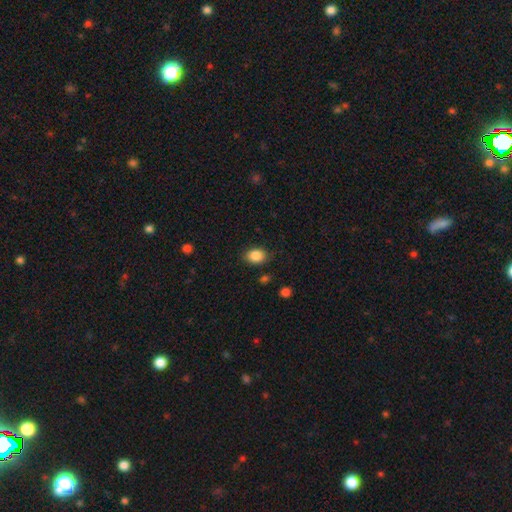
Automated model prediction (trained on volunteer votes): smooth_or_featured: smooth (p=0.87) [alt: star or artifact p=0.08]
how_rounded: in between (p=0.63) [alt: round p=0.36]
merging: none (p=0.82) [alt: minor disturbance p=0.13]